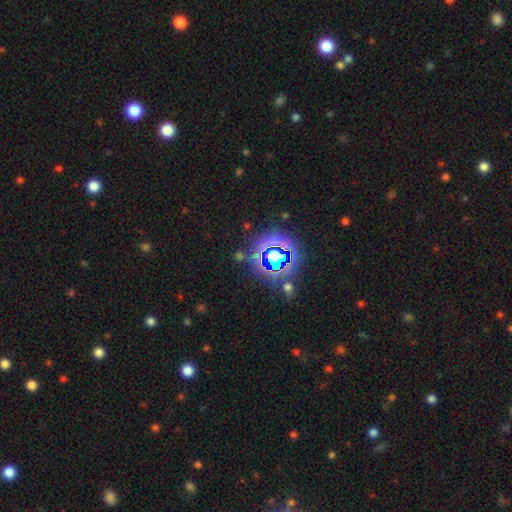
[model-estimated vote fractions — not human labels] smooth_or_featured: star or artifact (p=0.83) [alt: smooth p=0.11]